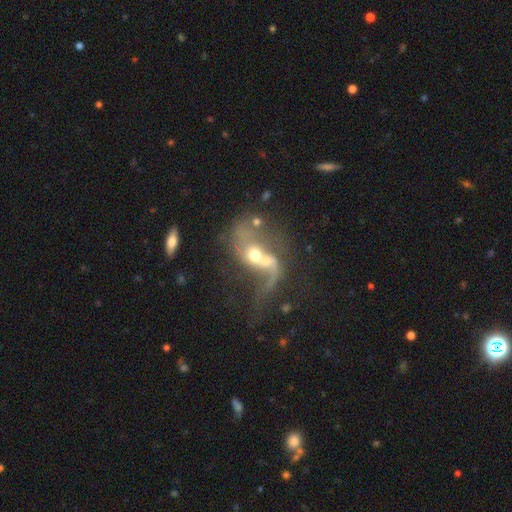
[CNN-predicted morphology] Smooth or featured: featured or disk — 75% (smooth — 15%)
Edge-on disk: no — 95% (yes — 5%)
Bar: no — 59% (weak — 29%)
Spiral arms: yes — 79% (no — 21%)
Spiral winding: loose — 81% (medium — 15%)
Spiral arm count: 2 — 61% (1 — 28%)
Bulge size: moderate — 60% (small — 27%)
Merging: merger — 38% (major disturbance — 27%)